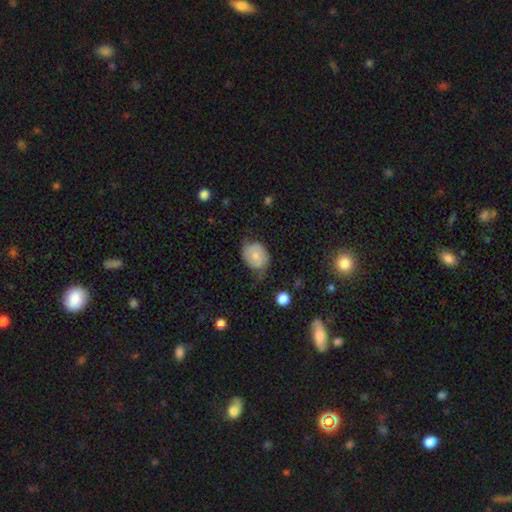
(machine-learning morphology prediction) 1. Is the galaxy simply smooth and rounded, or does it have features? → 52% smooth, 40% featured or disk, 8% star or artifact.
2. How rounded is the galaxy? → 50% in between, 49% round, 1% cigar-shaped.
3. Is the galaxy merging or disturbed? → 44% none, 37% minor disturbance, 17% major disturbance, 2% merger.